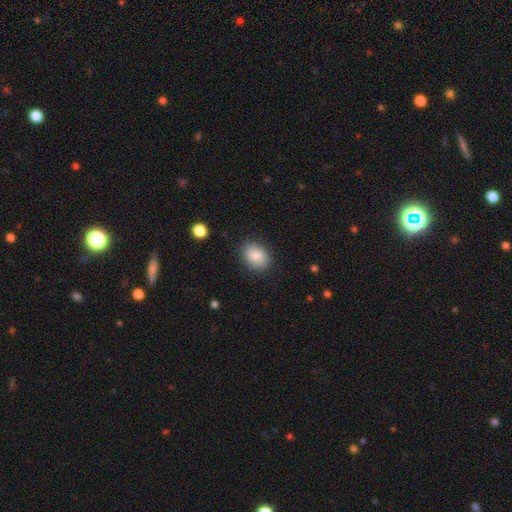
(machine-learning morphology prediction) Overall: smooth (85%). How rounded: in between (71%). Merging: none (84%).